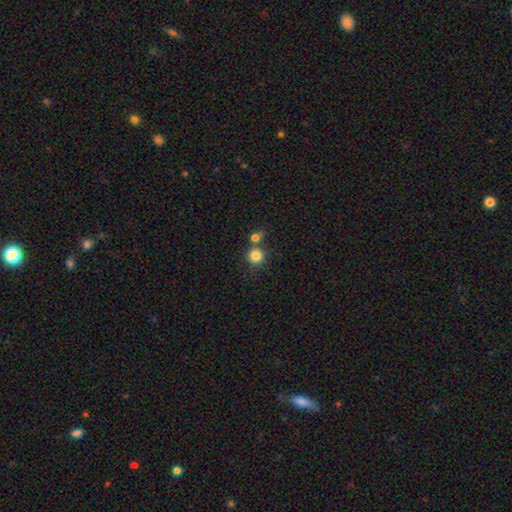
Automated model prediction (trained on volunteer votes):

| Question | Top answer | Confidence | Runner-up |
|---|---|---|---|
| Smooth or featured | smooth | 83% | star or artifact (11%) |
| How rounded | round | 93% | in between (6%) |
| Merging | none | 66% | merger (22%) |